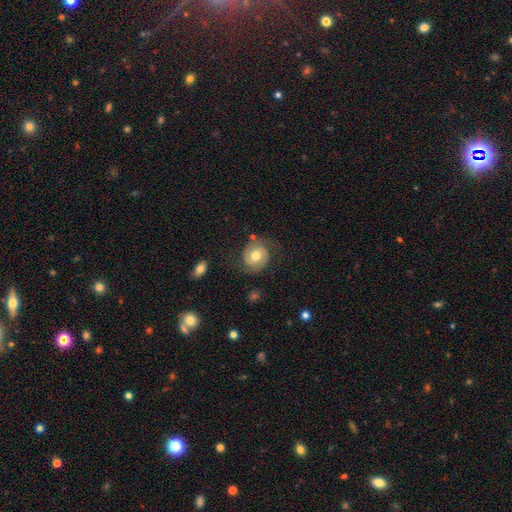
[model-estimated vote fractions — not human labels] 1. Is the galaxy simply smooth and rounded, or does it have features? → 66% featured or disk, 27% smooth, 7% star or artifact.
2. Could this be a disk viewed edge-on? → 98% no, 2% yes.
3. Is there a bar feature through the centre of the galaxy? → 62% no, 30% weak, 7% strong.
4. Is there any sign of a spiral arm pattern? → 90% yes, 10% no.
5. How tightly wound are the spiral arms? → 43% medium, 40% tight, 17% loose.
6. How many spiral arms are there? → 88% 2, 6% can't tell, 3% 1, 1% 3, 1% 4, 1% more than 4.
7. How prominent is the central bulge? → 74% moderate, 13% large, 11% small, 1% dominant, 1% none.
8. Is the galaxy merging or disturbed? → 73% none, 17% minor disturbance, 9% major disturbance, 2% merger.